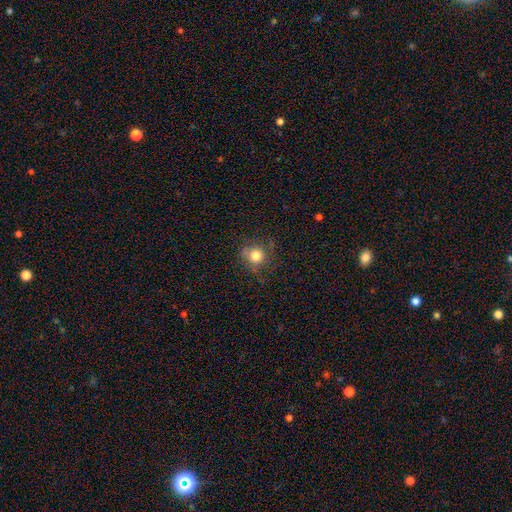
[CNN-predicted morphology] Q: Smooth or featured?
A: smooth (78%); runner-up: star or artifact (13%)
Q: How rounded?
A: round (90%); runner-up: in between (9%)
Q: Merging?
A: none (73%); runner-up: minor disturbance (18%)